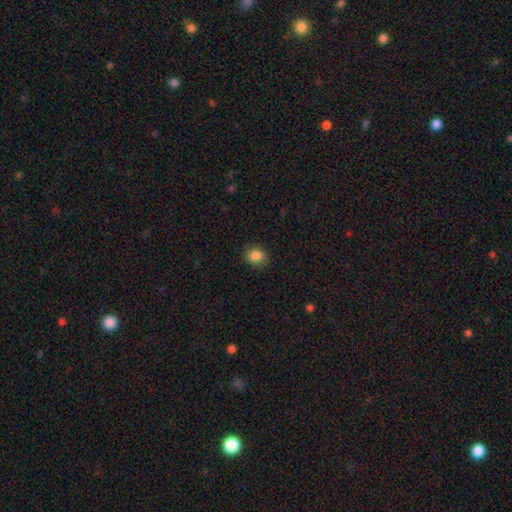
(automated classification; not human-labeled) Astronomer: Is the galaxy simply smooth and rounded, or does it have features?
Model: smooth — 86%.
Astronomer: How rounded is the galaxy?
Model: round — 58% (runner-up: in between, 41%).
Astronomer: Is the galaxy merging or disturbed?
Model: none — 86%.